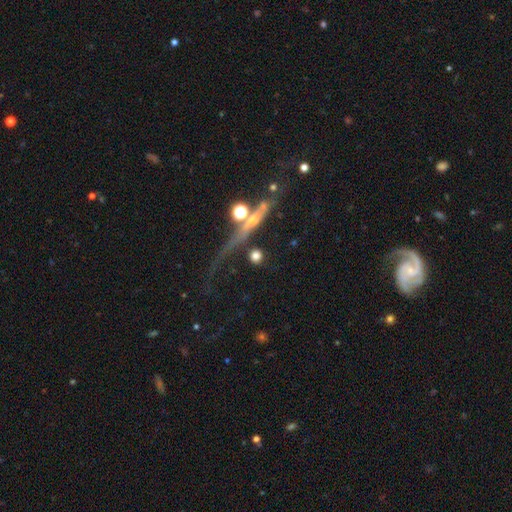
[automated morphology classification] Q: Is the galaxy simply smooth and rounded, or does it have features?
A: smooth — 67%.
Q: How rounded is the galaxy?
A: round — 83%.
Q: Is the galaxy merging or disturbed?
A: none — 68%.